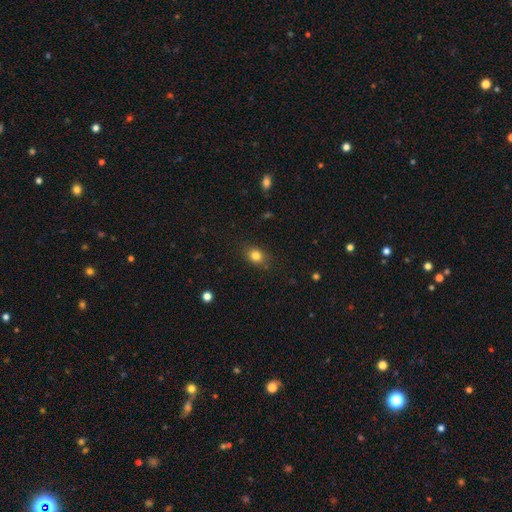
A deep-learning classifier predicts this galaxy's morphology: Smooth or featured? smooth (81%)
How rounded? in between (53%)
Merging? none (84%)